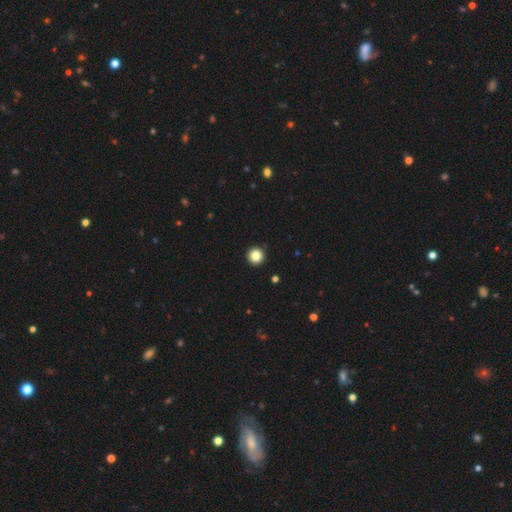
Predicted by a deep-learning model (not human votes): smooth_or_featured: smooth (p=0.85) [alt: star or artifact p=0.11]
how_rounded: round (p=0.96) [alt: in between p=0.03]
merging: none (p=0.93) [alt: minor disturbance p=0.04]